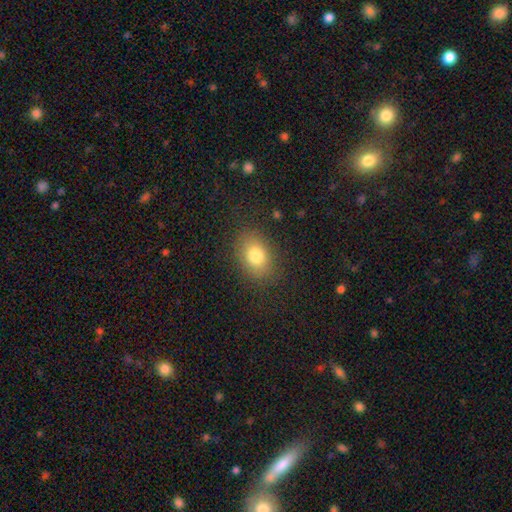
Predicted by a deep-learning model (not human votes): smooth 79%, featured or disk 10%, star or artifact 10%. Down the decision tree: how rounded — in between (71%); merging — none (84%).